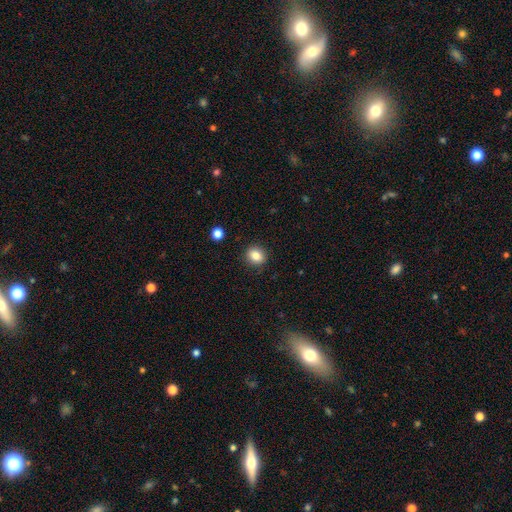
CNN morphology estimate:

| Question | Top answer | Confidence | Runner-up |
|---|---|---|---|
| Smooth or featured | smooth | 84% | star or artifact (10%) |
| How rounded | round | 62% | in between (37%) |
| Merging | none | 89% | minor disturbance (7%) |